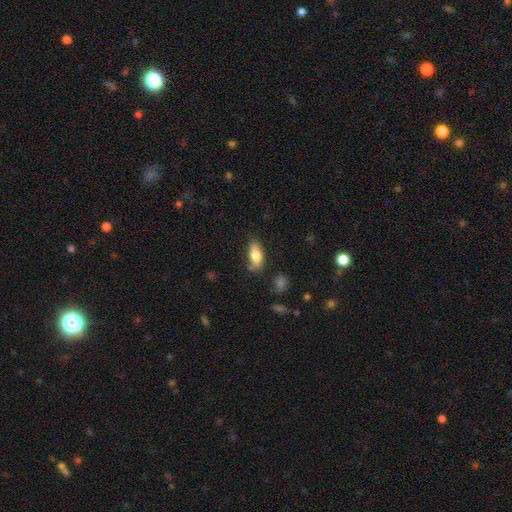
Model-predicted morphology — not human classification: smooth_or_featured: smooth (p=0.76) [alt: featured or disk p=0.17]
how_rounded: in between (p=0.82) [alt: cigar-shaped p=0.14]
merging: none (p=0.70) [alt: minor disturbance p=0.21]